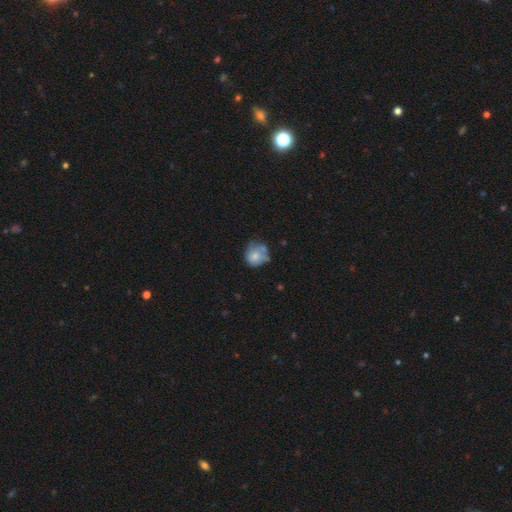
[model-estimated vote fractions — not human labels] smooth 67%, featured or disk 25%, star or artifact 8%. Down the decision tree: how rounded — round (75%); merging — none (42%).